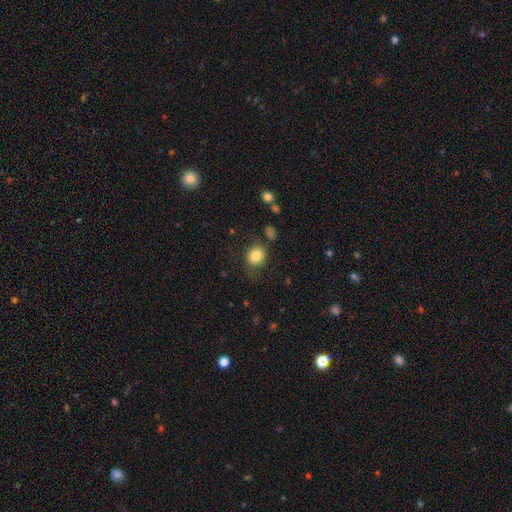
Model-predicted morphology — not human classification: A smooth galaxy with no disk features (82%) that is round (68%).

Vote fractions:
- Smooth or featured? smooth: 82% / star or artifact: 10% / featured or disk: 8%
- How rounded? round: 68% / in between: 31% / cigar-shaped: 1%
- Merging? none: 69% / minor disturbance: 20% / major disturbance: 8% / merger: 3%